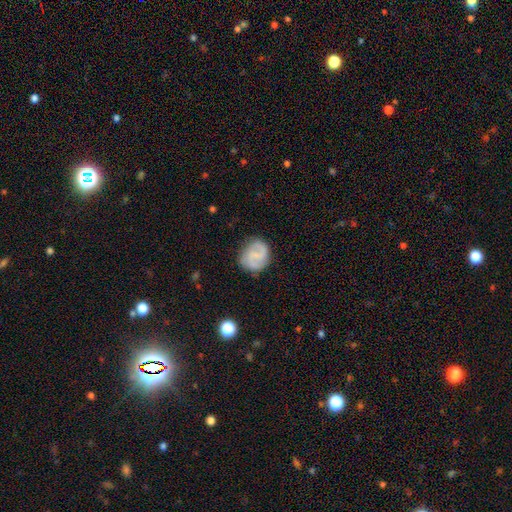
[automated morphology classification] This appears to be a featured or disk galaxy (57%) with a weak bar (46%), spiral arms (87%) and no central bulge (51%). Merging: none (77%).